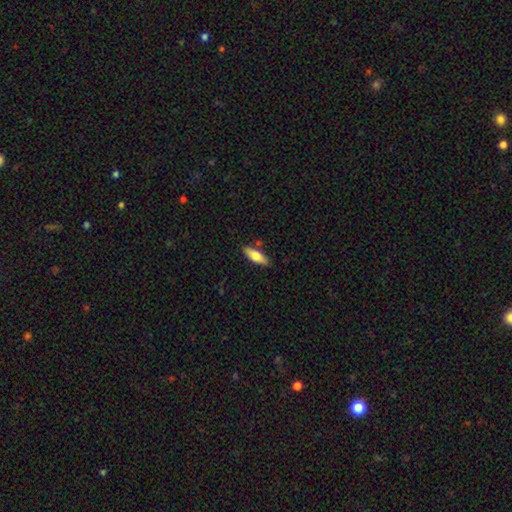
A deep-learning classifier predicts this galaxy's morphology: Overall: smooth (69%). How rounded: in between (63%; cigar-shaped 35%). Merging: none (83%).